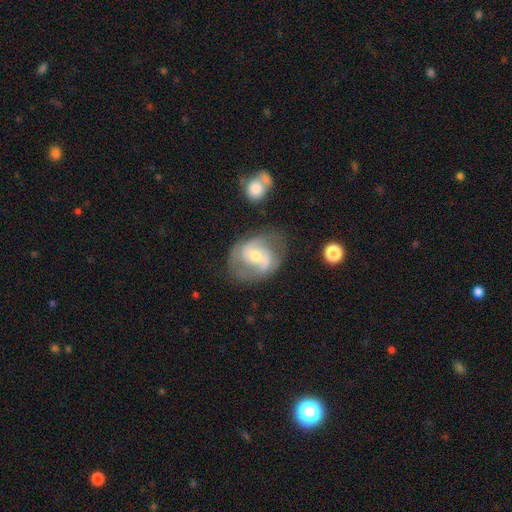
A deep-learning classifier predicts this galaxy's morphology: Smooth or featured?
  - featured or disk: 76% *
  - smooth: 18%
  - star or artifact: 6%
Edge-on disk?
  - no: 97% *
  - yes: 3%
Bar?
  - weak: 43% *
  - no: 40%
  - strong: 17%
Spiral arms?
  - yes: 87% *
  - no: 13%
Spiral winding?
  - medium: 50% *
  - tight: 26%
  - loose: 24%
Spiral arm count?
  - 2: 76% *
  - can't tell: 12%
  - 3: 5%
  - 1: 4%
  - 4: 1%
  - more than 4: 1%
Bulge size?
  - moderate: 51% *
  - small: 44%
  - large: 3%
  - none: 1%
  - dominant: 1%
Merging?
  - none: 61% *
  - minor disturbance: 22%
  - major disturbance: 14%
  - merger: 3%